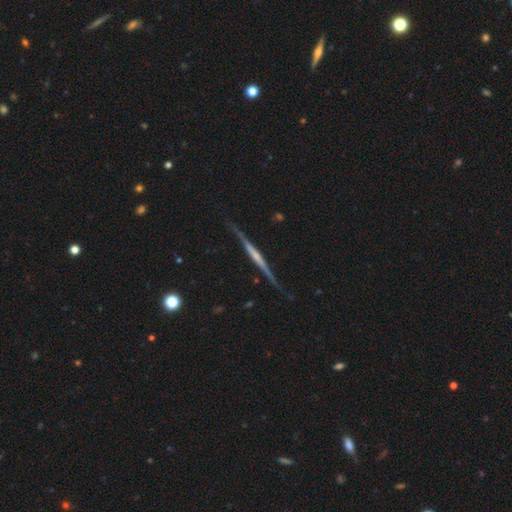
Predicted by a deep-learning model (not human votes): featured or disk 78%, smooth 16%, star or artifact 6%. Down the decision tree: edge-on disk — yes (97%); edge-on bulge — none (46%); merging — none (84%).